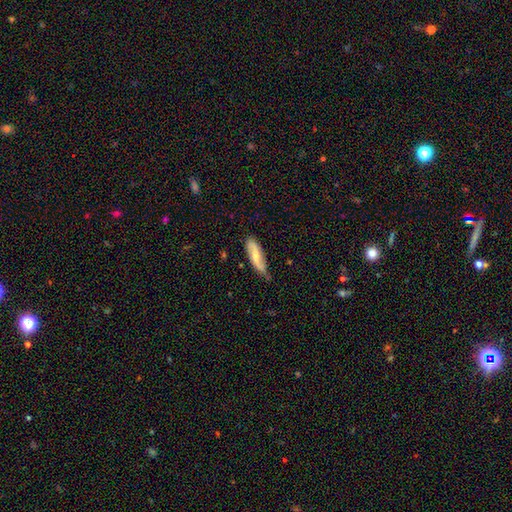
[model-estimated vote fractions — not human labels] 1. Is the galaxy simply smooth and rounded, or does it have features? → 48% smooth, 46% featured or disk, 6% star or artifact.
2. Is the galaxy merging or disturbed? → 62% none, 31% minor disturbance, 5% major disturbance, 2% merger.